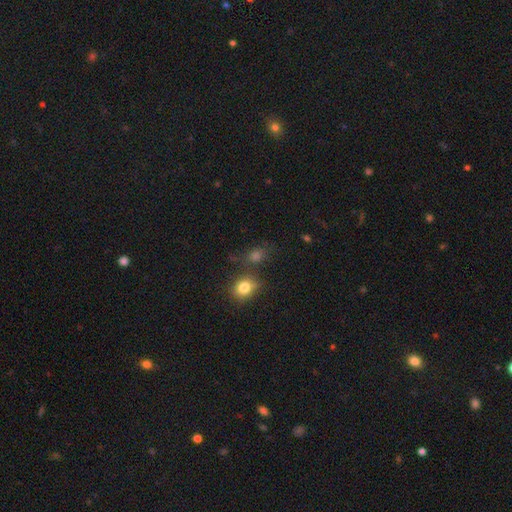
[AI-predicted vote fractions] smooth_or_featured: smooth (p=0.63) [alt: star or artifact p=0.26]
how_rounded: round (p=0.58) [alt: in between p=0.39]
merging: none (p=0.60) [alt: merger p=0.17]